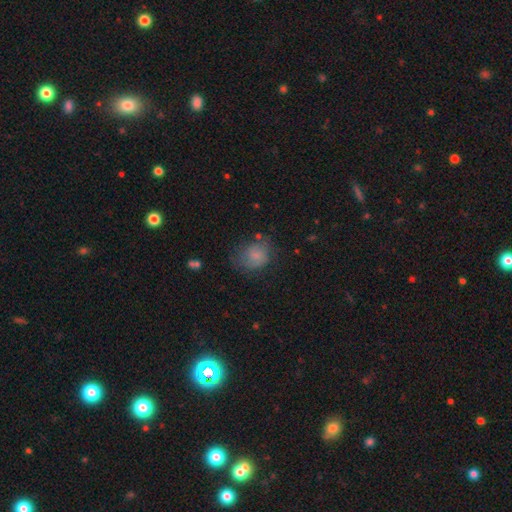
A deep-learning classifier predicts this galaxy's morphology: This is likely a smooth galaxy (72%). How rounded: possibly round (58%). Merging: possibly none (55%).